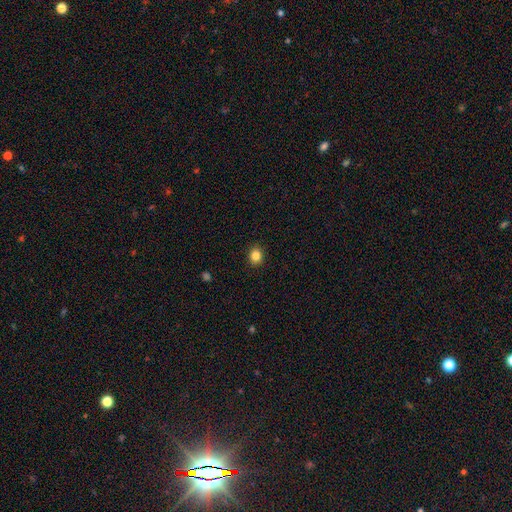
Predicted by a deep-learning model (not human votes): A smooth galaxy with no disk features (84%) that is round (71%).

Vote fractions:
- Smooth or featured? smooth: 84% / star or artifact: 11% / featured or disk: 5%
- How rounded? round: 71% / in between: 28% / cigar-shaped: 1%
- Merging? none: 91% / minor disturbance: 6% / major disturbance: 2% / merger: 1%